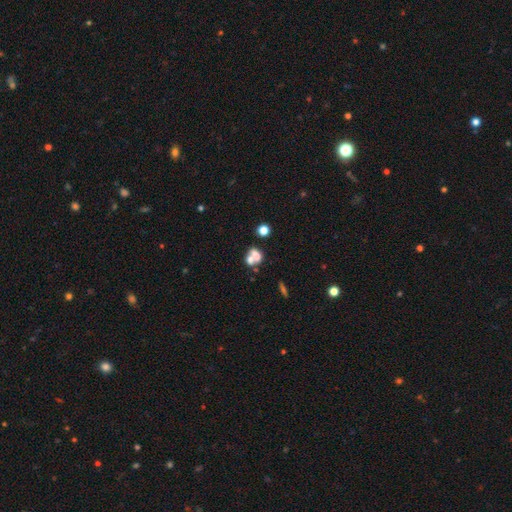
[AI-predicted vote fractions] Smooth or featured?
  - smooth: 62% *
  - featured or disk: 23%
  - star or artifact: 15%
How rounded?
  - in between: 57% *
  - round: 40%
  - cigar-shaped: 2%
Merging?
  - merger: 57% *
  - none: 29%
  - minor disturbance: 8%
  - major disturbance: 6%